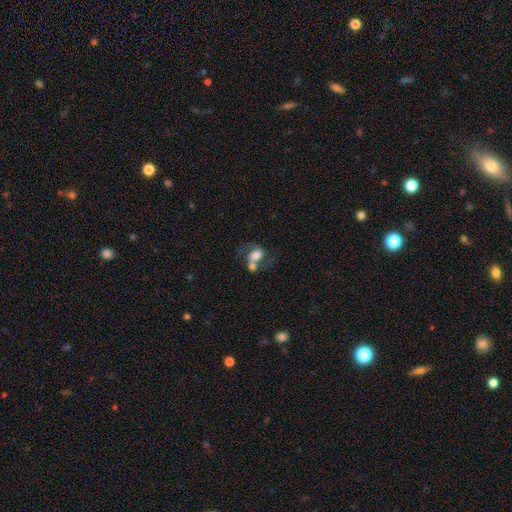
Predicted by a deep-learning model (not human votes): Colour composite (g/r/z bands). It shows a featured or disk galaxy (47%). Merging: merger (51%).